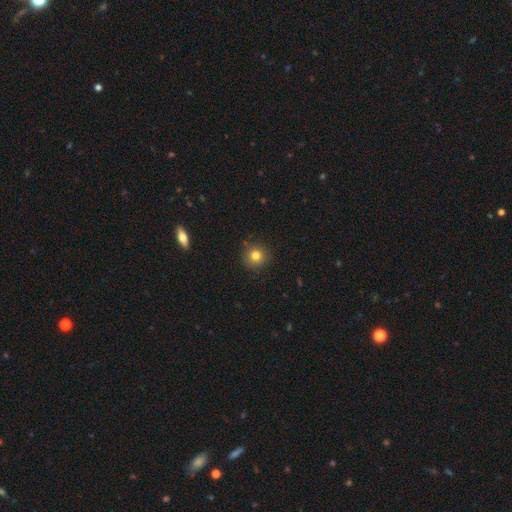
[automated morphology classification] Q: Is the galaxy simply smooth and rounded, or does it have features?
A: smooth — 80%.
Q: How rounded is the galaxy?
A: round — 93%.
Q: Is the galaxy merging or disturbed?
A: none — 88%.